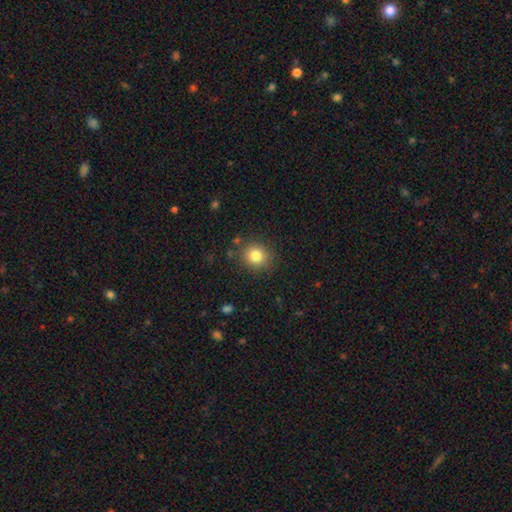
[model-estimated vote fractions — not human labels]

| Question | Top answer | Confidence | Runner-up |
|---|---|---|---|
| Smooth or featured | smooth | 82% | star or artifact (12%) |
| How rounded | round | 85% | in between (14%) |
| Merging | none | 85% | minor disturbance (9%) |